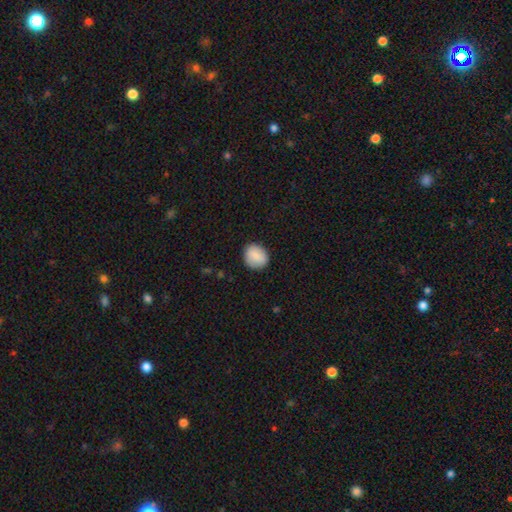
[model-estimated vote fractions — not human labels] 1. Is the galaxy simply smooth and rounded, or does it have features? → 84% smooth, 9% featured or disk, 7% star or artifact.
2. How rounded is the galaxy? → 71% round, 28% in between, 1% cigar-shaped.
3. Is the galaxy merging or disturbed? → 87% none, 10% minor disturbance, 2% major disturbance, 1% merger.